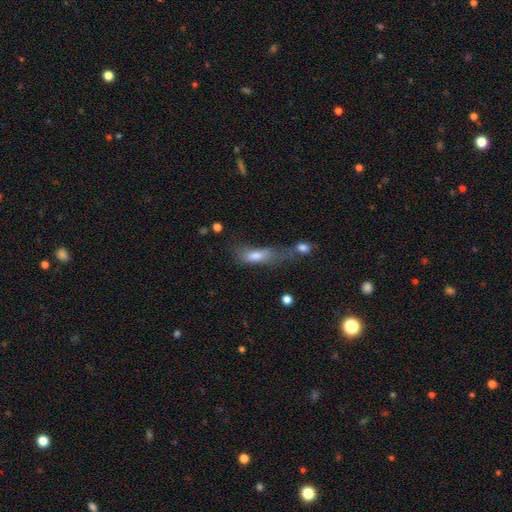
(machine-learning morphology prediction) smooth 65%, featured or disk 24%, star or artifact 11%. Down the decision tree: how rounded — in between (56%); merging — merger (32%).